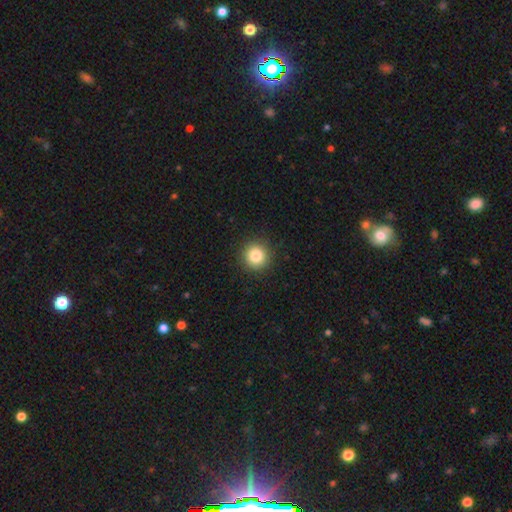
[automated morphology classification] Smooth or featured? Predicted: smooth (p=0.84). How rounded? Predicted: round (p=0.95). Merging? Predicted: none (p=0.92).